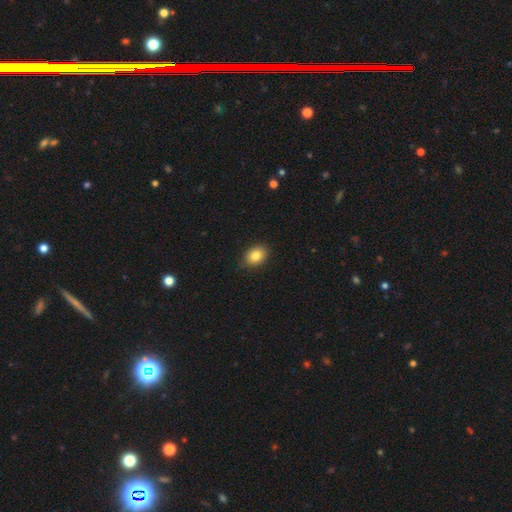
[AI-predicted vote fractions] This appears to be a smooth galaxy with no disk features (83%) that is in between round and cigar-shaped (66%). Merging: none (85%).